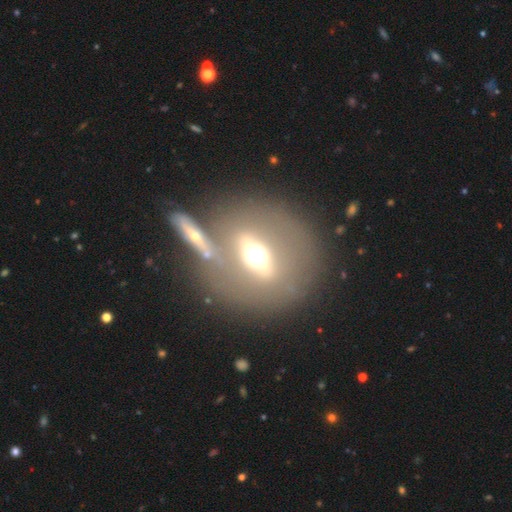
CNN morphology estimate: A featured or disk galaxy (54%).

Vote fractions:
- Smooth or featured? featured or disk: 54% / smooth: 35% / star or artifact: 11%
- Edge-on disk? no: 62% / yes: 38%
- Merging? none: 57% / merger: 25% / minor disturbance: 11% / major disturbance: 8%